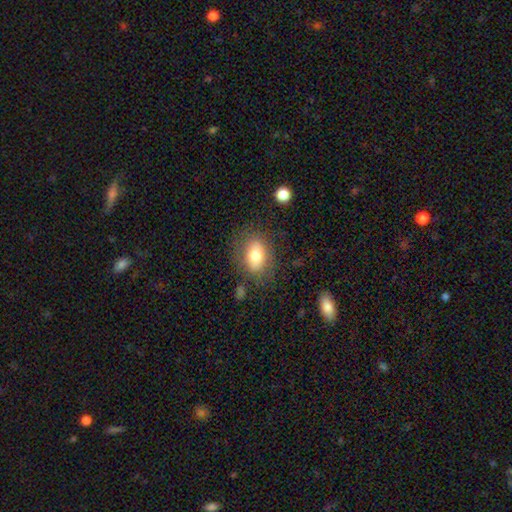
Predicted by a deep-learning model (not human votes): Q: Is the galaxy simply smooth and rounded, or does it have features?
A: smooth — 76%.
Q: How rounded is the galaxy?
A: in between — 79%.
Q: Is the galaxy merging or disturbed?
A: none — 76%.